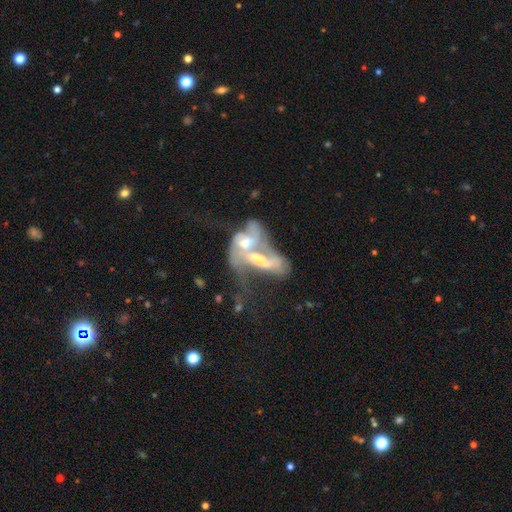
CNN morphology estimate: type=featured or disk (72%); edge-on=no (90%); bar=no (54%); spiral arms=yes (64%); bulge=moderate (55%); merging=merger (77%).